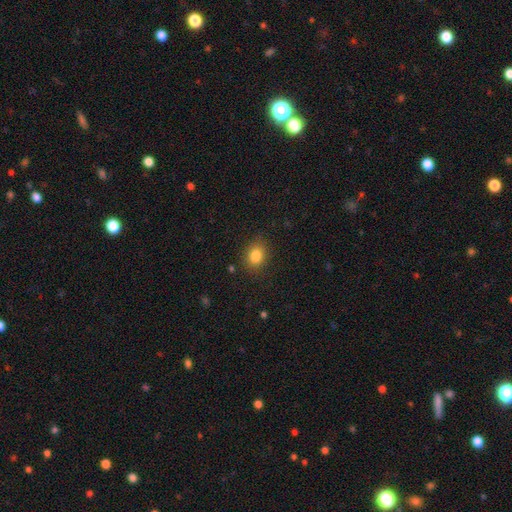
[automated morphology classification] Q: Smooth or featured?
A: smooth (83%); runner-up: star or artifact (11%)
Q: How rounded?
A: in between (56%); runner-up: round (43%)
Q: Merging?
A: none (83%); runner-up: minor disturbance (12%)